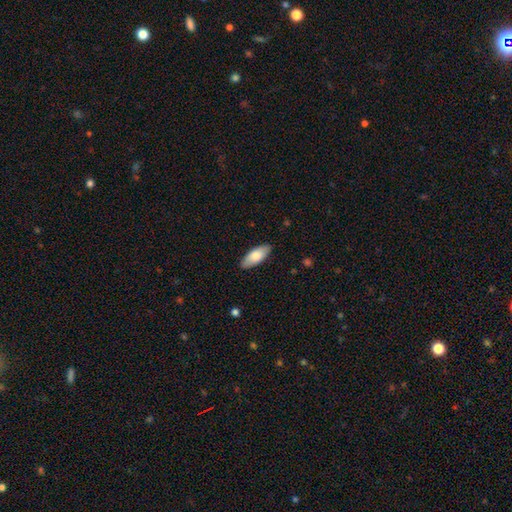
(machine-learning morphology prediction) This appears to be a smooth galaxy with no disk features (78%) that is in between round and cigar-shaped (85%). Merging: none (87%).